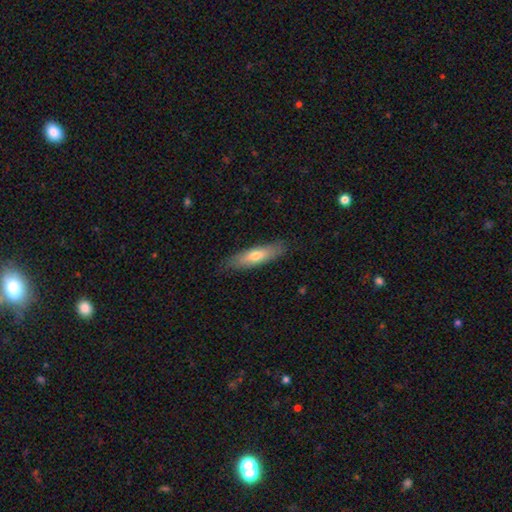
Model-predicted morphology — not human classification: smooth_or_featured: smooth (p=0.65) [alt: featured or disk p=0.30]
how_rounded: cigar-shaped (p=0.63) [alt: in between p=0.35]
merging: none (p=0.83) [alt: minor disturbance p=0.13]